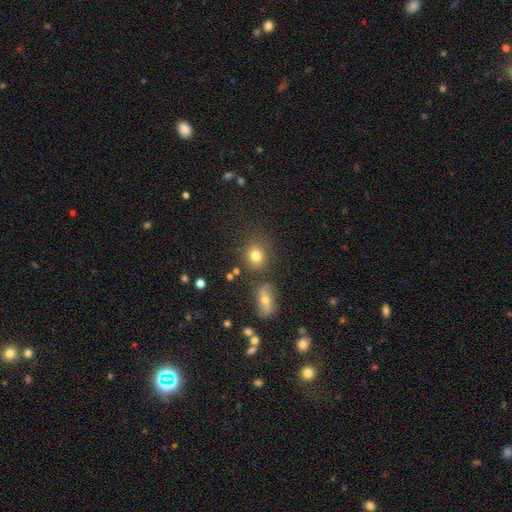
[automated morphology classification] This is likely a smooth galaxy (78%). How rounded: likely round (67%). Merging: likely none (74%).